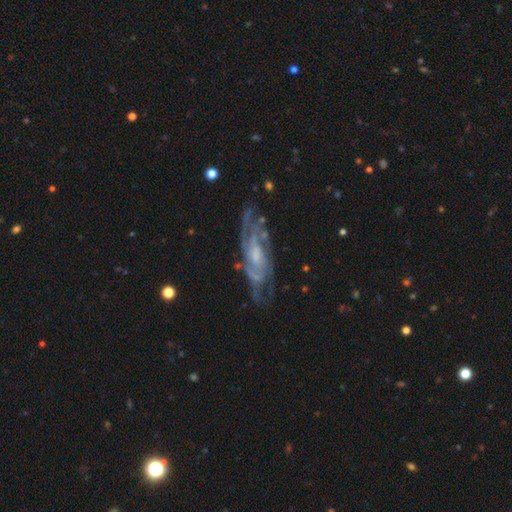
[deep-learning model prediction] A featured or disk galaxy (81%) with no bar (58%), tight (52%) spiral arms (88%) and a small central bulge (41%). Merging: none (67%).